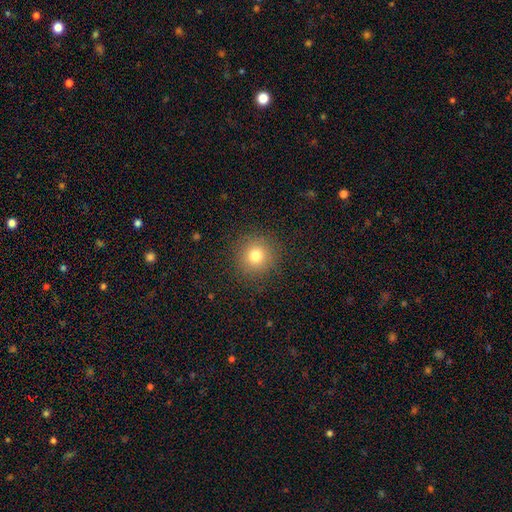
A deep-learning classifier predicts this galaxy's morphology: The model was most divided on "smooth or featured": smooth: 78%, star or artifact: 14%, featured or disk: 8%. More confident: how rounded — round (93%); merging — none (89%).